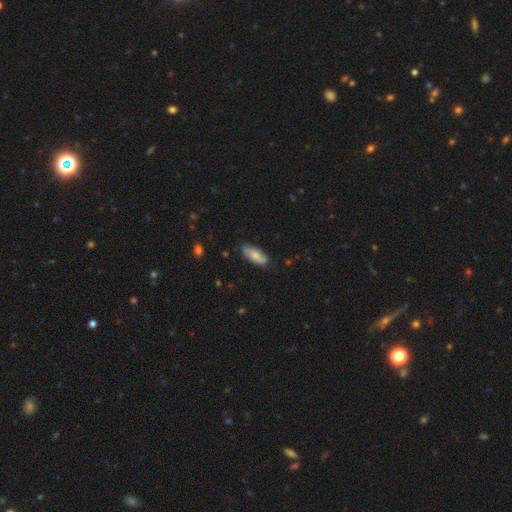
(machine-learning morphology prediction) Smooth or featured: smooth — 76% (featured or disk — 18%)
How rounded: in between — 79% (cigar-shaped — 19%)
Merging: none — 75% (minor disturbance — 20%)